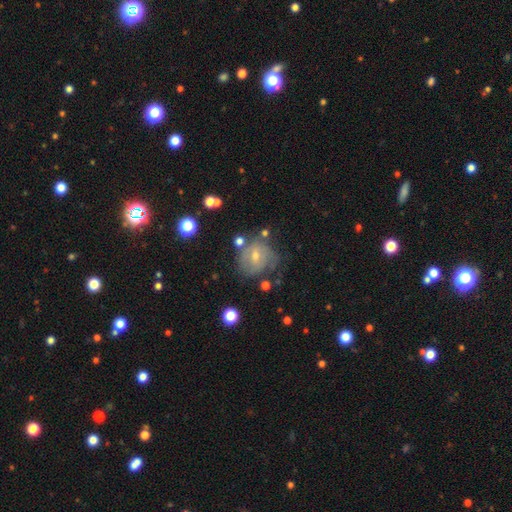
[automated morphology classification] Smooth or featured?
  - featured or disk: 56% *
  - smooth: 34%
  - star or artifact: 10%
Edge-on disk?
  - no: 96% *
  - yes: 4%
Bar?
  - weak: 48% *
  - no: 42%
  - strong: 10%
Spiral arms?
  - yes: 67% *
  - no: 33%
Bulge size?
  - small: 50% *
  - moderate: 45%
  - none: 2%
  - large: 2%
  - dominant: 1%
Merging?
  - none: 49% *
  - minor disturbance: 26%
  - major disturbance: 17%
  - merger: 7%